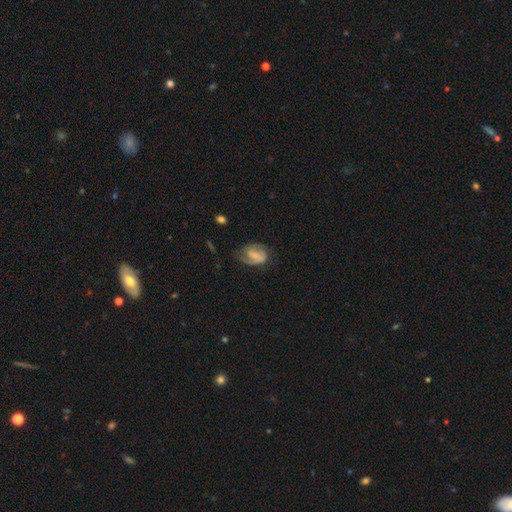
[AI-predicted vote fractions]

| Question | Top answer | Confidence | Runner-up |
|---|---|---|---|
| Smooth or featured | featured or disk | 50% | smooth (42%) |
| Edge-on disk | no | 96% | yes (4%) |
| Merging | none | 47% | minor disturbance (29%) |